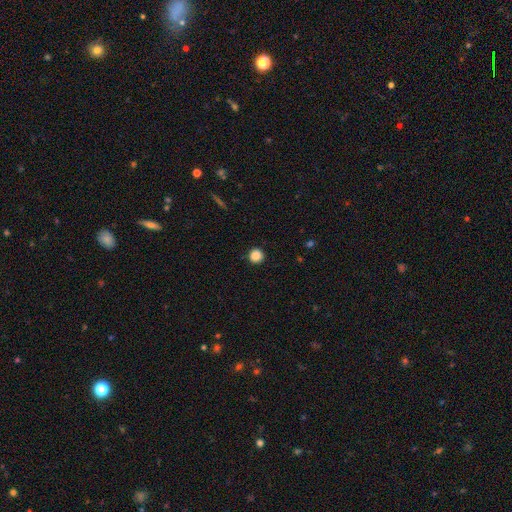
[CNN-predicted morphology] This is clearly a smooth galaxy (87%). How rounded: clearly round (95%). Merging: clearly none (93%).